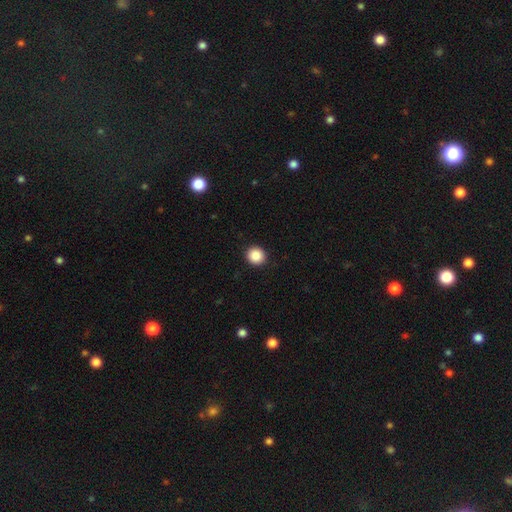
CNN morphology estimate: Overall: smooth (88%). How rounded: round (92%). Merging: none (93%).